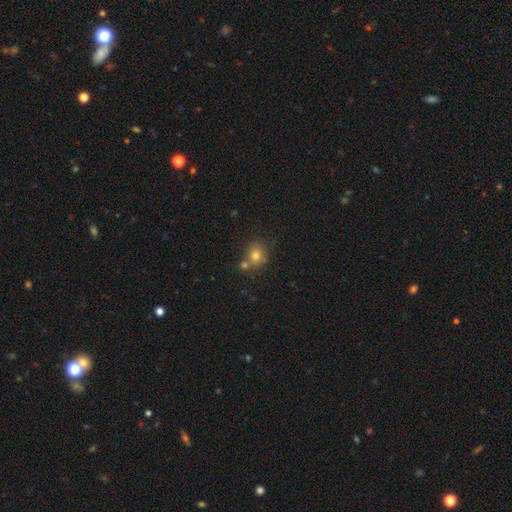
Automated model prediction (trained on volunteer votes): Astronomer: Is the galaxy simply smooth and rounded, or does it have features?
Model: smooth — 77%.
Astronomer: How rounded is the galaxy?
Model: round — 78%.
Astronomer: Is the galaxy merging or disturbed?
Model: none — 58%.